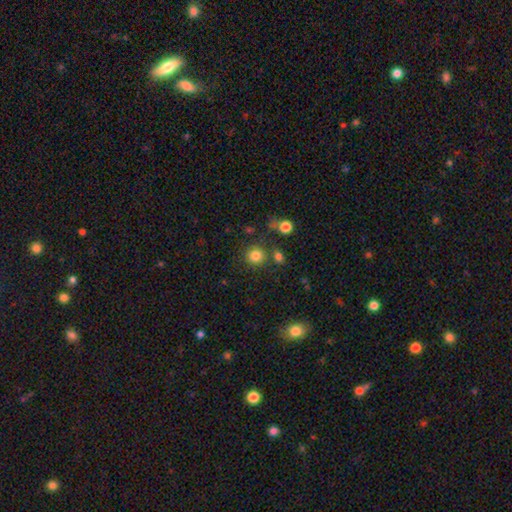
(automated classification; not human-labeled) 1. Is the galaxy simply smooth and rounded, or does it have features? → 82% smooth, 12% star or artifact, 6% featured or disk.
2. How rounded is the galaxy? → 89% round, 10% in between, 1% cigar-shaped.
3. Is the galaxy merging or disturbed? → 77% none, 10% merger, 10% minor disturbance, 4% major disturbance.